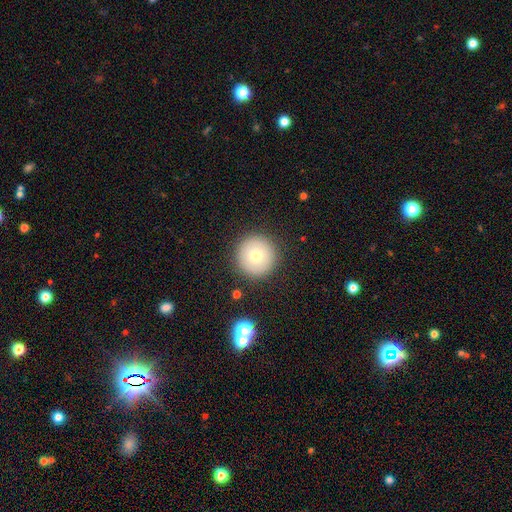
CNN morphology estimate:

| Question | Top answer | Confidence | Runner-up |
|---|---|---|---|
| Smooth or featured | smooth | 73% | featured or disk (16%) |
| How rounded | round | 96% | in between (3%) |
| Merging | none | 90% | minor disturbance (6%) |